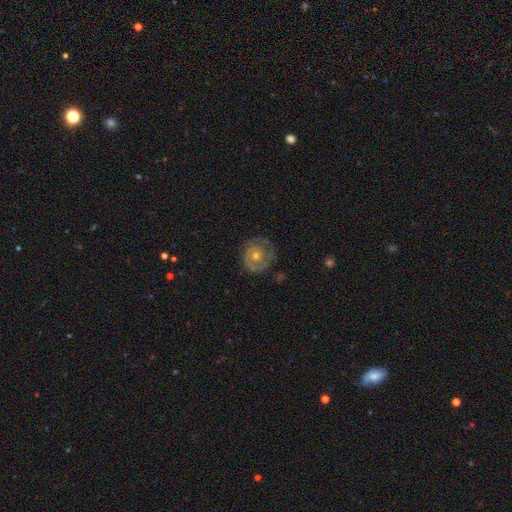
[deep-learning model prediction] A featured or disk galaxy (78%) with no bar (77%), 2 (50%) tight (69%) spiral arms (86%) and a moderate central bulge (55%). Merging: none (78%).